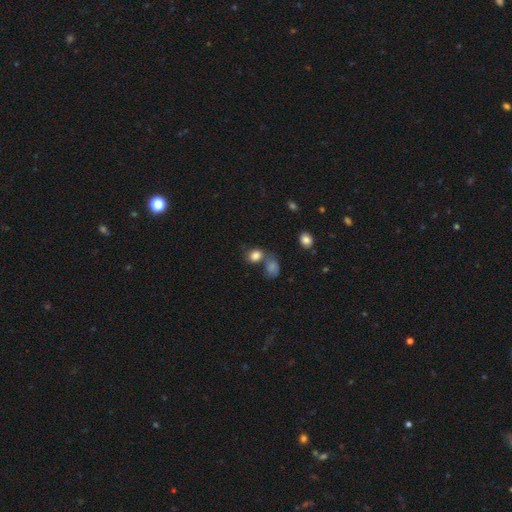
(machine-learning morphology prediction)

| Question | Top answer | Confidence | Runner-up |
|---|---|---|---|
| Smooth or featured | smooth | 83% | star or artifact (11%) |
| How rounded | in between | 56% | round (43%) |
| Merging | none | 49% | merger (32%) |